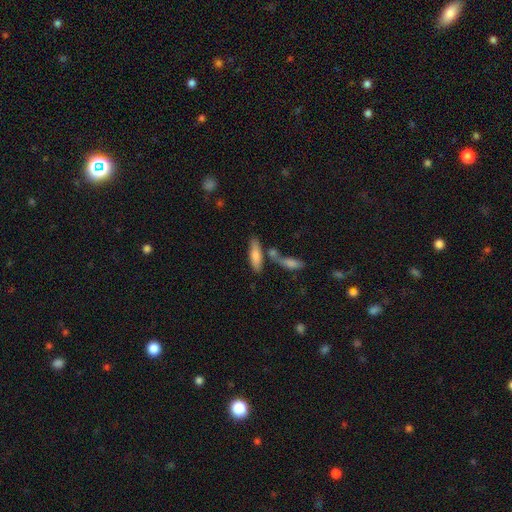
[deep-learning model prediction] Smooth or featured?
  - smooth: 76% *
  - featured or disk: 18%
  - star or artifact: 6%
How rounded?
  - cigar-shaped: 51% *
  - in between: 47%
  - round: 2%
Merging?
  - none: 59% *
  - merger: 24%
  - minor disturbance: 13%
  - major disturbance: 4%